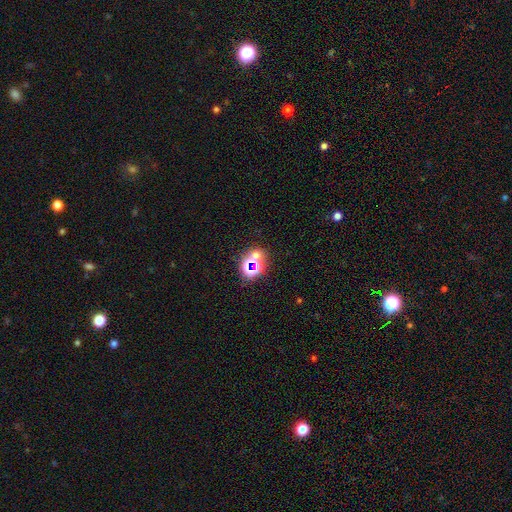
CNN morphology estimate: A star or artifact, not a galaxy (55%).